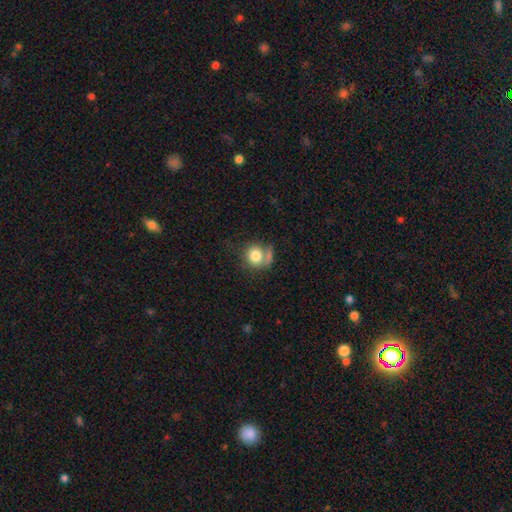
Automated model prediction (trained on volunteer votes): Overall: smooth (78%). How rounded: round (83%). Merging: none (50%; merger 19%).